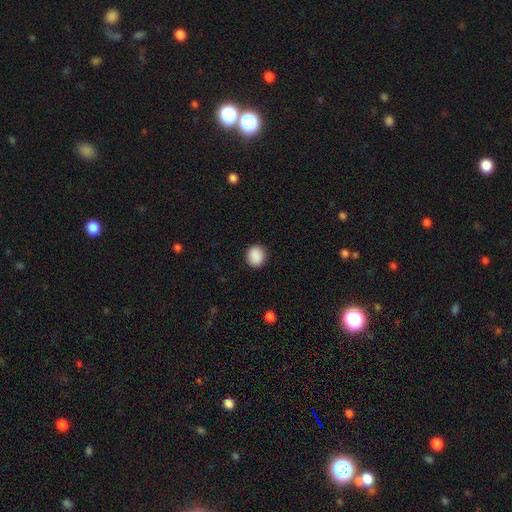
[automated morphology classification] The model was most divided on "how rounded": round: 74%, in between: 25%, cigar-shaped: 1%. More confident: merging — none (90%); smooth or featured — smooth (90%).